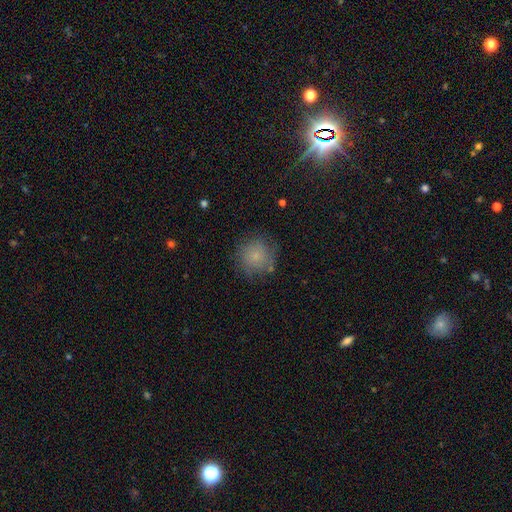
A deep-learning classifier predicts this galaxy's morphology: Smooth or featured?
  - smooth: 75% *
  - featured or disk: 15%
  - star or artifact: 10%
How rounded?
  - round: 93% *
  - in between: 6%
  - cigar-shaped: 1%
Merging?
  - none: 74% *
  - minor disturbance: 17%
  - major disturbance: 6%
  - merger: 2%